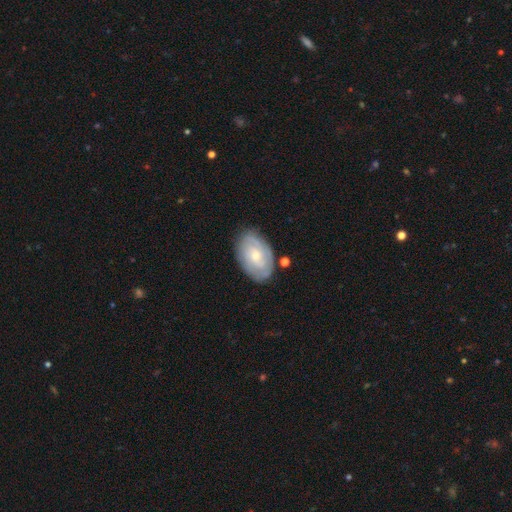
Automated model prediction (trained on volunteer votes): This appears to be a featured or disk galaxy (66%) with no bar (68%), tight (62%) spiral arms (83%) and a small central bulge (50%). Merging: none (77%).